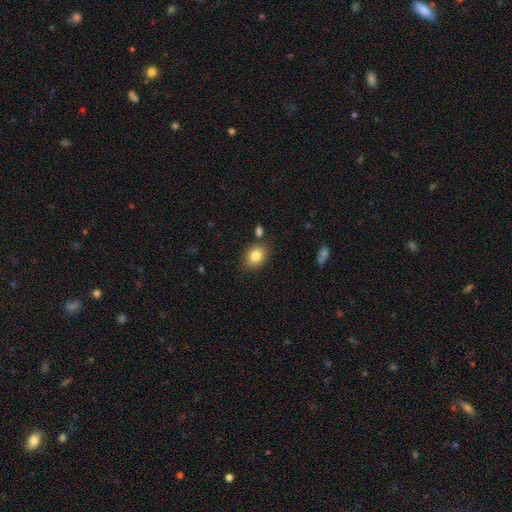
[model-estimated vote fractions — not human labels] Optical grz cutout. It shows a smooth galaxy with no disk features (83%) that is in between round and cigar-shaped (55%). Merging: none (80%).